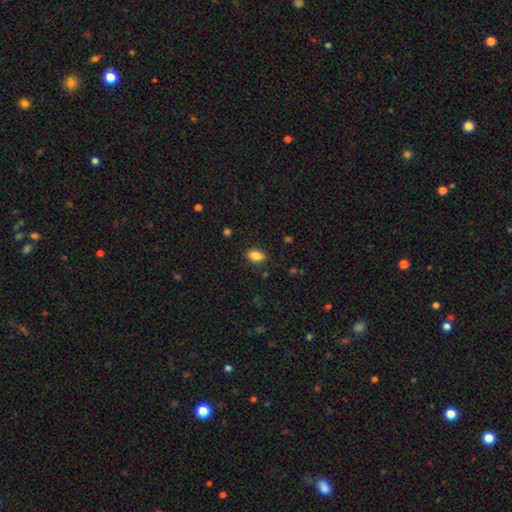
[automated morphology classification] Q: Smooth or featured?
A: smooth (86%); runner-up: star or artifact (9%)
Q: How rounded?
A: in between (89%); runner-up: round (9%)
Q: Merging?
A: none (88%); runner-up: minor disturbance (9%)